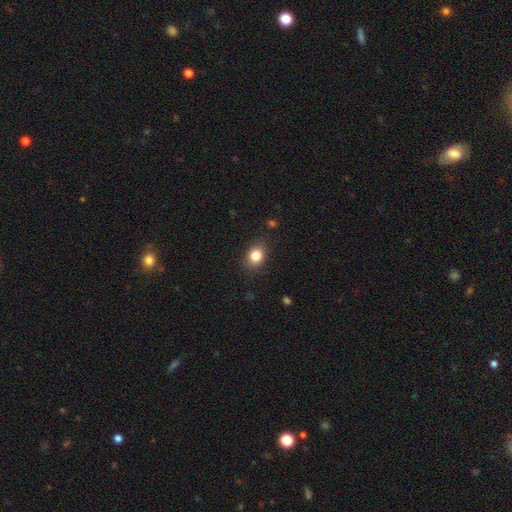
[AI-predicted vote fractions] smooth_or_featured: smooth (p=0.84) [alt: star or artifact p=0.09]
how_rounded: in between (p=0.62) [alt: round p=0.37]
merging: none (p=0.84) [alt: minor disturbance p=0.12]